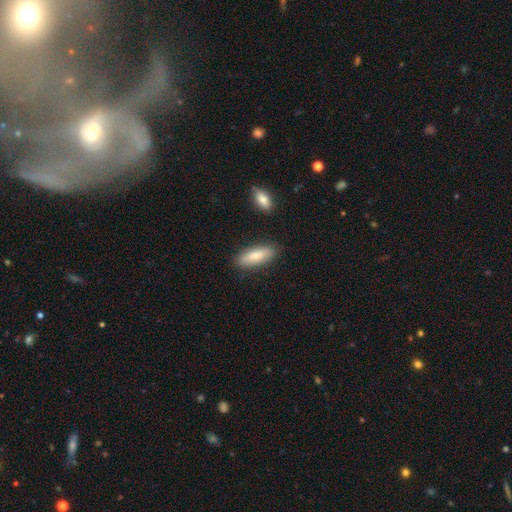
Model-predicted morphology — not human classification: Smooth or featured?
  - smooth: 80% *
  - featured or disk: 14%
  - star or artifact: 6%
How rounded?
  - in between: 57% *
  - cigar-shaped: 41%
  - round: 2%
Merging?
  - none: 85% *
  - minor disturbance: 10%
  - merger: 3%
  - major disturbance: 2%